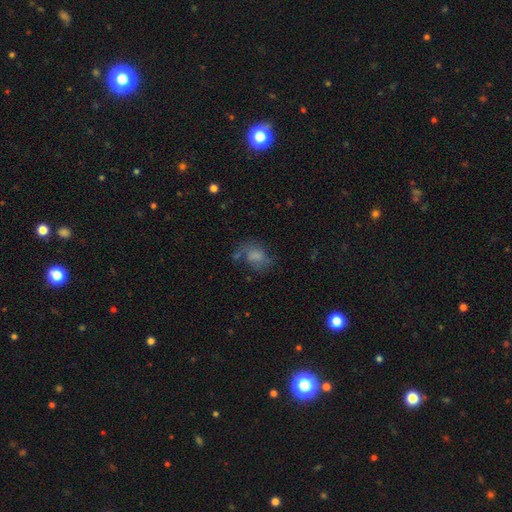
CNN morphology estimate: Smooth or featured? smooth (57%)
How rounded? in between (77%)
Merging? none (42%)